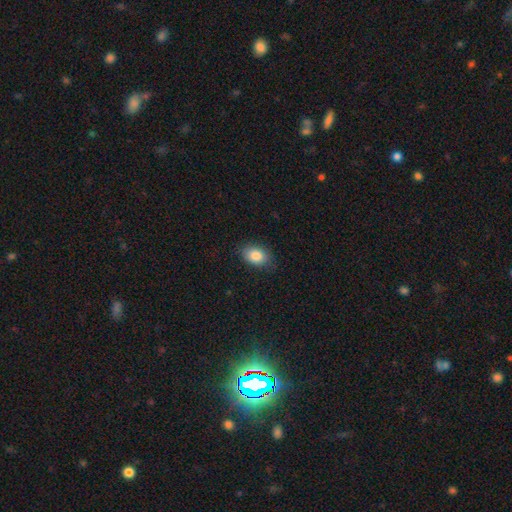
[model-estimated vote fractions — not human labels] A smooth galaxy with no disk features (85%) that is in between round and cigar-shaped (80%). Merging: none (83%).